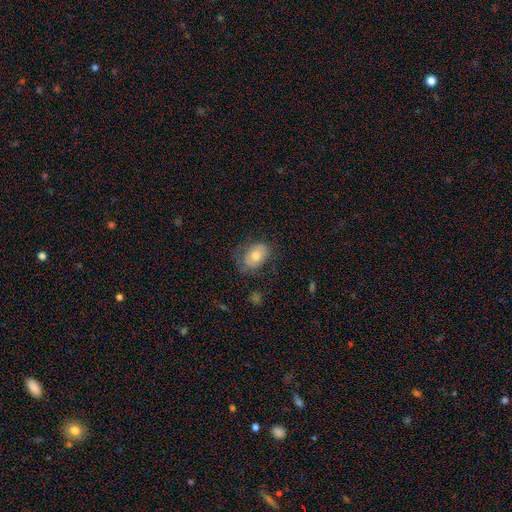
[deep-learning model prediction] A smooth galaxy with no disk features (65%) that is in between round and cigar-shaped (79%).

Vote fractions:
- Smooth or featured? smooth: 65% / featured or disk: 27% / star or artifact: 8%
- How rounded? in between: 79% / round: 20% / cigar-shaped: 1%
- Merging? none: 60% / minor disturbance: 25% / major disturbance: 13% / merger: 1%